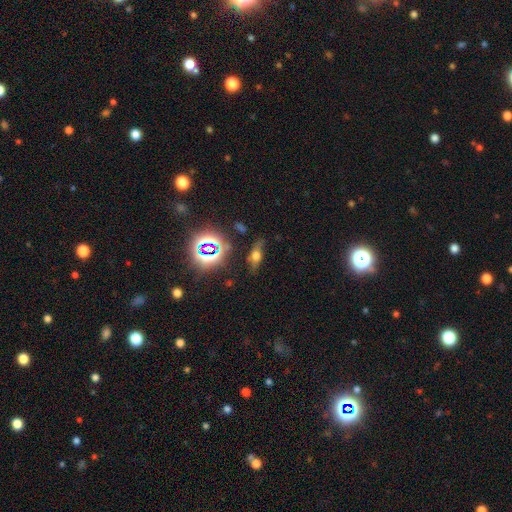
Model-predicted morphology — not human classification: Smooth or featured? Predicted: smooth (p=0.43). Merging? Predicted: none (p=0.71).